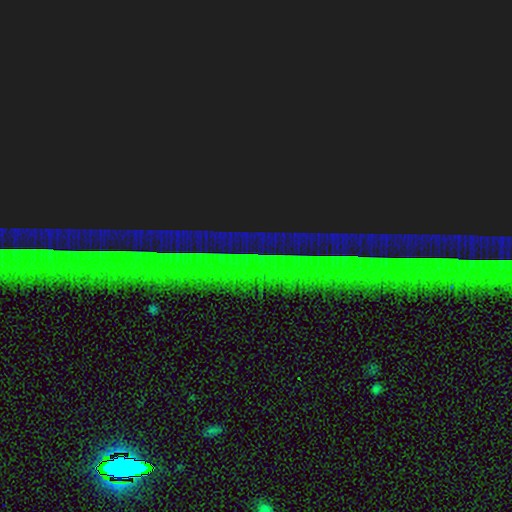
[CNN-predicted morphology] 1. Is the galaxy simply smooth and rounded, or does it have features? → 87% star or artifact, 7% featured or disk, 6% smooth.